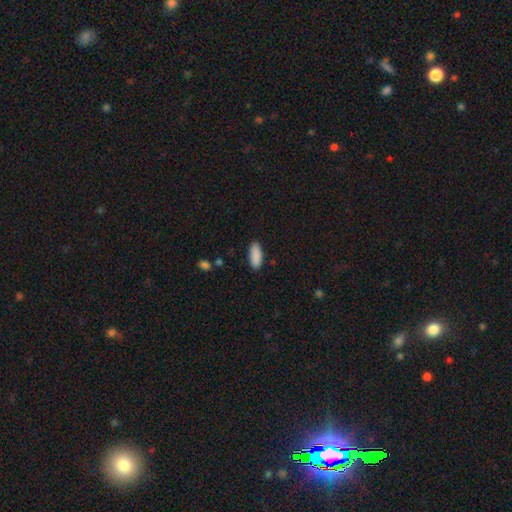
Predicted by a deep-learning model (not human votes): This is clearly a smooth galaxy (90%). How rounded: likely in between (79%). Merging: clearly none (88%).